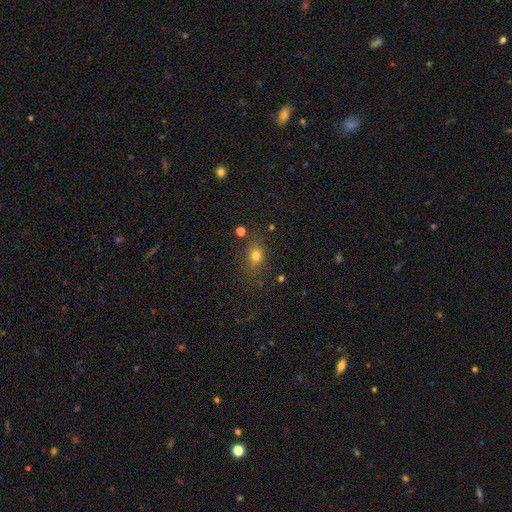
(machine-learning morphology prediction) Smooth or featured?
  - smooth: 74% *
  - star or artifact: 16%
  - featured or disk: 10%
How rounded?
  - in between: 51% *
  - round: 47%
  - cigar-shaped: 2%
Merging?
  - none: 75% *
  - minor disturbance: 15%
  - major disturbance: 6%
  - merger: 4%